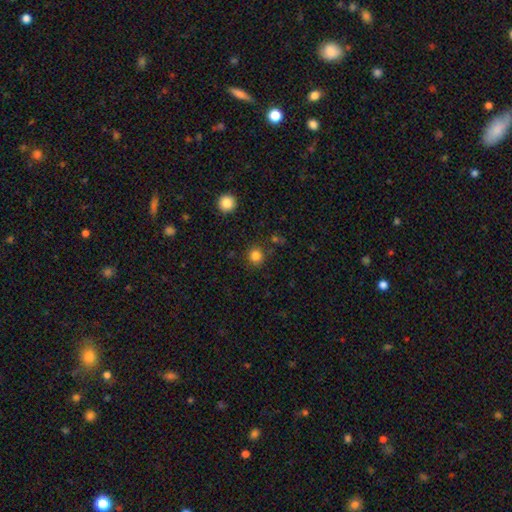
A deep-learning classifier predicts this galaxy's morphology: A smooth galaxy with no disk features (83%) that is round (91%). Merging: none (87%).